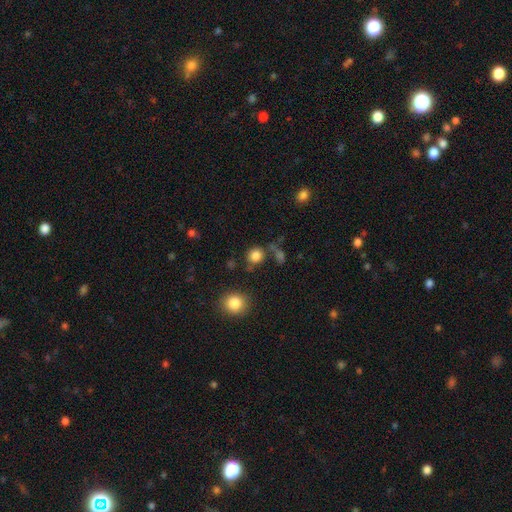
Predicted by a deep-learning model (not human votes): Morphology: type=smooth (83%); roundness=round (86%); merging=none (72%).